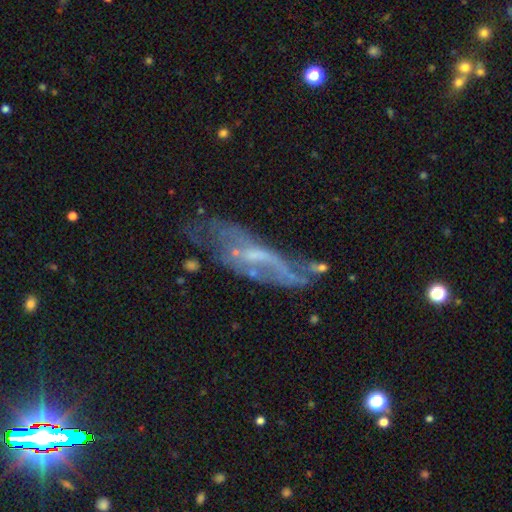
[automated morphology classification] featured or disk 66%, smooth 19%, star or artifact 14%. Down the decision tree: edge-on disk — no (67%); merging — none (53%).